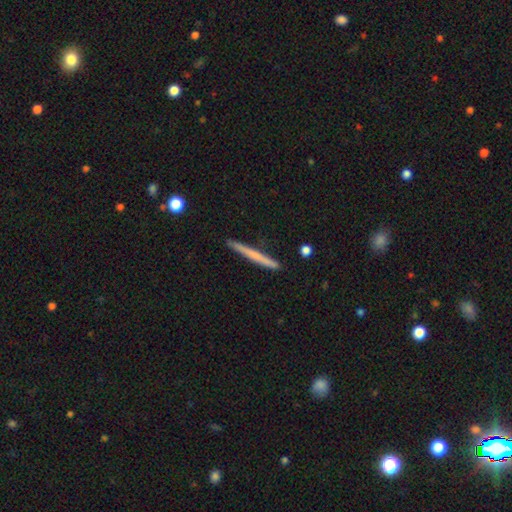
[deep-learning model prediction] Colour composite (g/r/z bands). It shows a smooth galaxy with no disk features (59%) that is cigar-shaped (97%). Merging: none (90%).